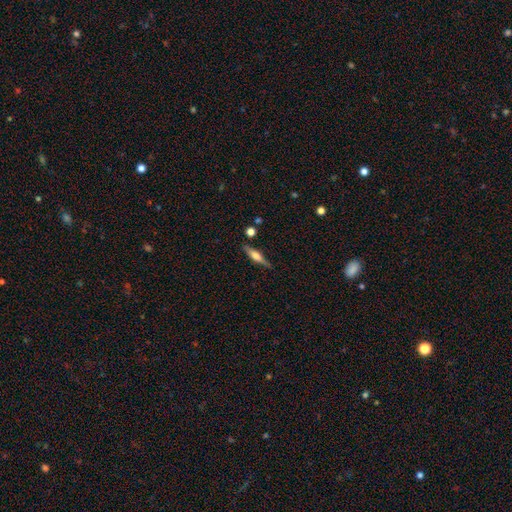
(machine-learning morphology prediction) A featured or disk galaxy (57%) viewed edge-on (96%) with a rounded central bulge (80%). Merging: none (83%).